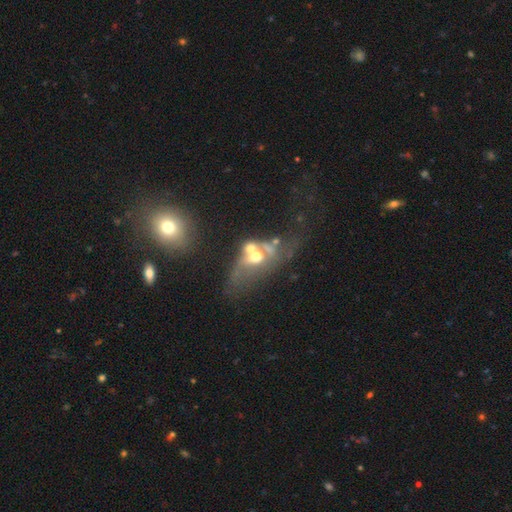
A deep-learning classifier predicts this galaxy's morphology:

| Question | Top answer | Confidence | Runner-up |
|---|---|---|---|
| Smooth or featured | featured or disk | 46% | smooth (39%) |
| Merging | merger | 61% | major disturbance (19%) |